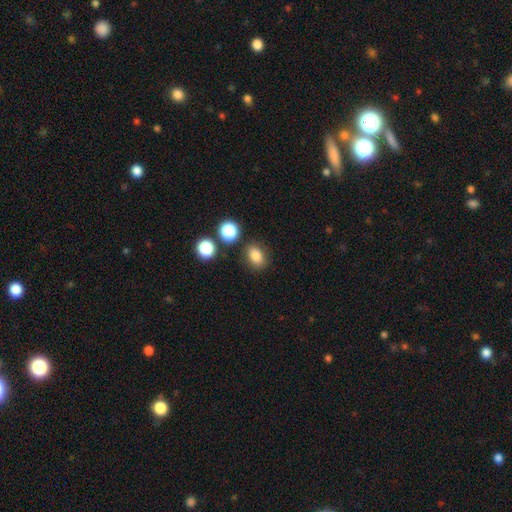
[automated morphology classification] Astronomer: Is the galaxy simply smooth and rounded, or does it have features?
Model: smooth — 82%.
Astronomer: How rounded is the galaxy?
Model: in between — 67%.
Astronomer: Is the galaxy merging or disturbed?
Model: none — 82%.